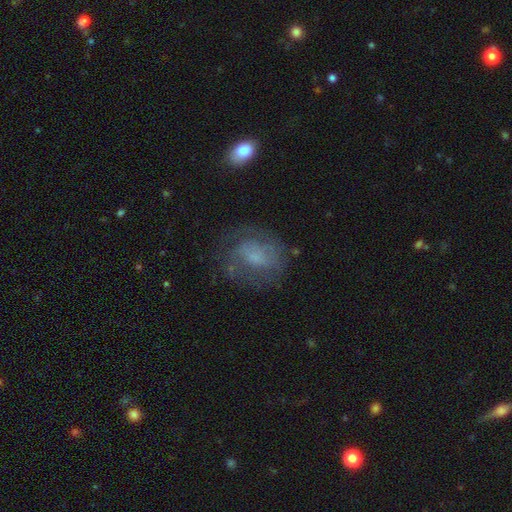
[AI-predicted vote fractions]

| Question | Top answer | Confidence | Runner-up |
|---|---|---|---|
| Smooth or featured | featured or disk | 54% | smooth (35%) |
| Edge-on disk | no | 97% | yes (3%) |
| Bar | no | 56% | weak (36%) |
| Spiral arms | yes | 70% | no (30%) |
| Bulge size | small | 43% | none (27%) |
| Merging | none | 61% | minor disturbance (20%) |